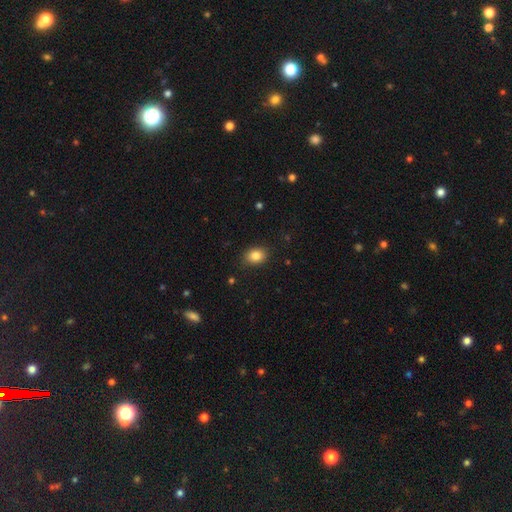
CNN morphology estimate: A smooth galaxy with no disk features (84%) that is in between round and cigar-shaped (61%). Merging: none (86%).